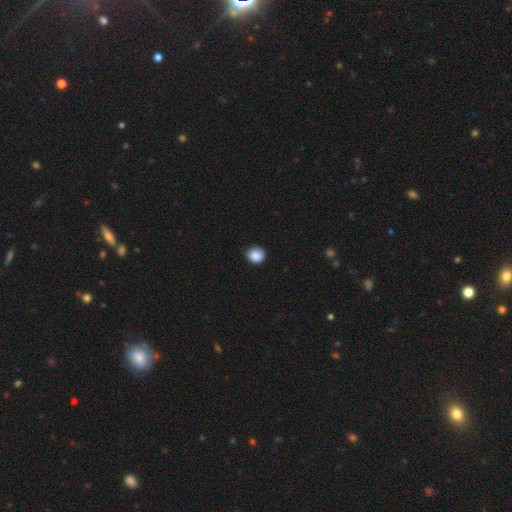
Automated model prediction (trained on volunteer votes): The model was most divided on "merging": none: 81%, minor disturbance: 15%, major disturbance: 2%, merger: 1%. More confident: how rounded — round (89%); smooth or featured — smooth (88%).